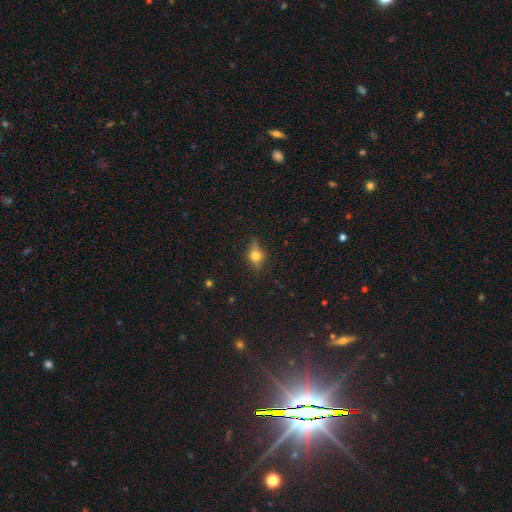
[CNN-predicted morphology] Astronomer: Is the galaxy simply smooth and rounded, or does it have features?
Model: smooth — 48% (runner-up: featured or disk, 37%).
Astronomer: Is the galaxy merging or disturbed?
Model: none — 77%.